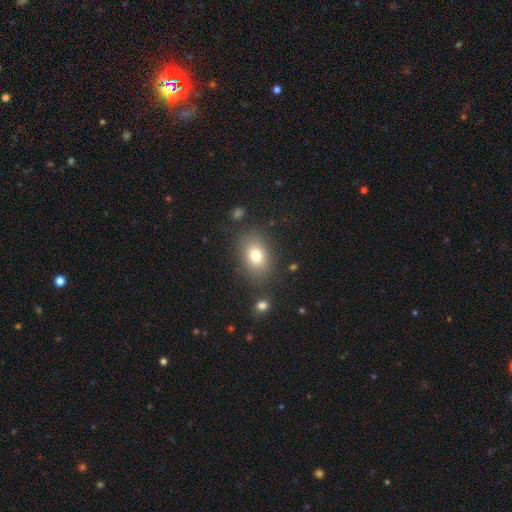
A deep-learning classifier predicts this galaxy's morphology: smooth-or-featured: smooth: 77% | featured or disk: 13% | star or artifact: 11%
  how-rounded: in between: 77% | round: 22% | cigar-shaped: 1%
  merging: none: 80% | minor disturbance: 12% | major disturbance: 5% | merger: 4%